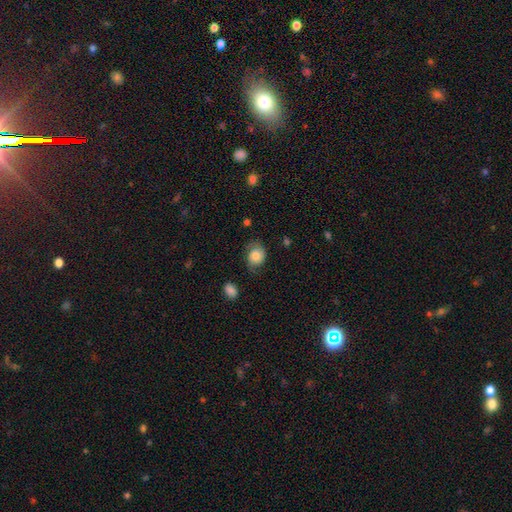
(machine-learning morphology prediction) smooth-or-featured: smooth: 64% | featured or disk: 27% | star or artifact: 9%
  how-rounded: round: 55% | in between: 44% | cigar-shaped: 1%
  merging: none: 60% | minor disturbance: 28% | major disturbance: 11% | merger: 2%